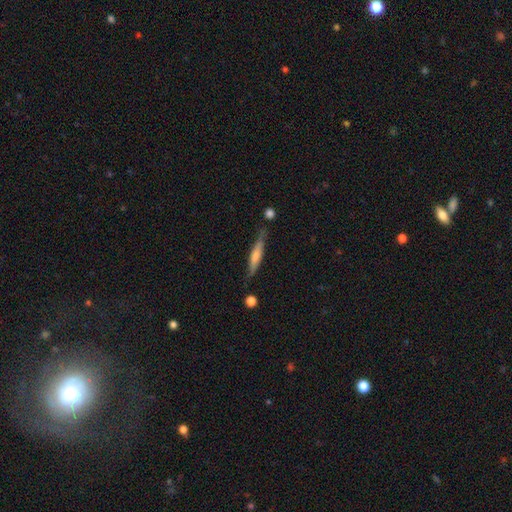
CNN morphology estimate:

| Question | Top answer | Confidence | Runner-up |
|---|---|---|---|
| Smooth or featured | smooth | 56% | featured or disk (38%) |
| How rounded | cigar-shaped | 87% | in between (11%) |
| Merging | none | 72% | minor disturbance (20%) |